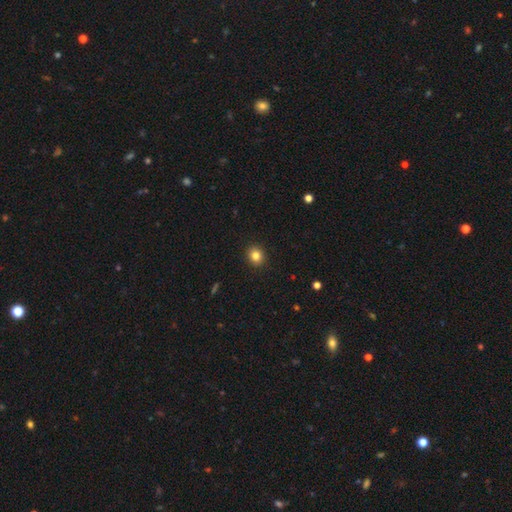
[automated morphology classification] smooth_or_featured: smooth (p=0.83) [alt: star or artifact p=0.11]
how_rounded: round (p=0.81) [alt: in between p=0.19]
merging: none (p=0.92) [alt: minor disturbance p=0.05]